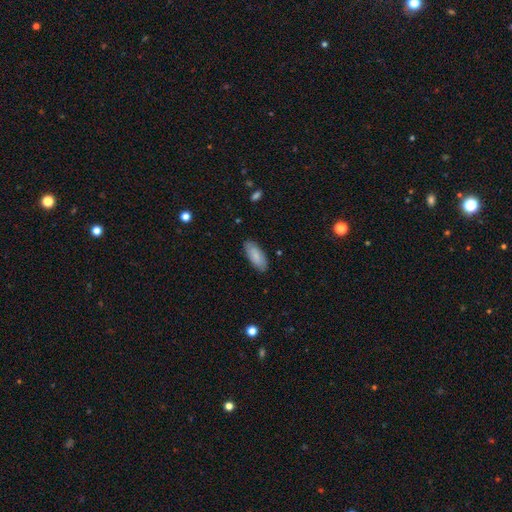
Smooth or featured? 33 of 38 (87%) said smooth. How rounded? 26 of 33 (79%) said in between. Merging? 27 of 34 (79%) said none.